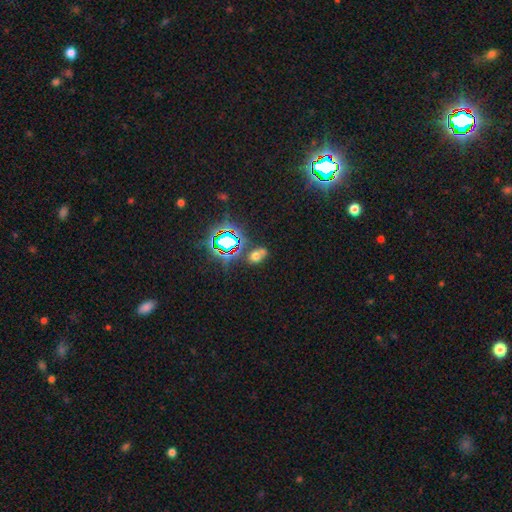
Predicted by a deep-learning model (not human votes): This is possibly a smooth galaxy (48%). Merging: possibly none (52%).